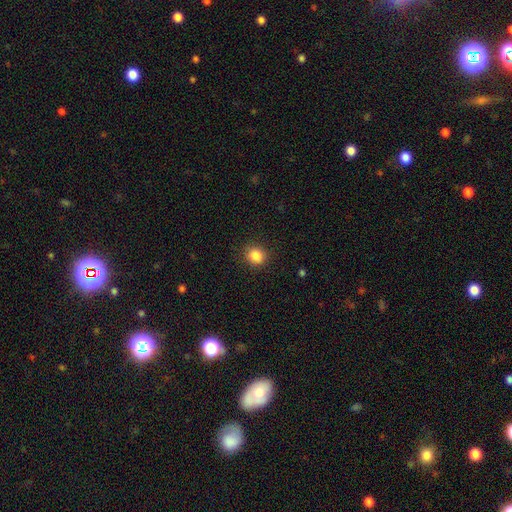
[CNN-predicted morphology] Overall: smooth (86%). How rounded: round (75%). Merging: none (88%).